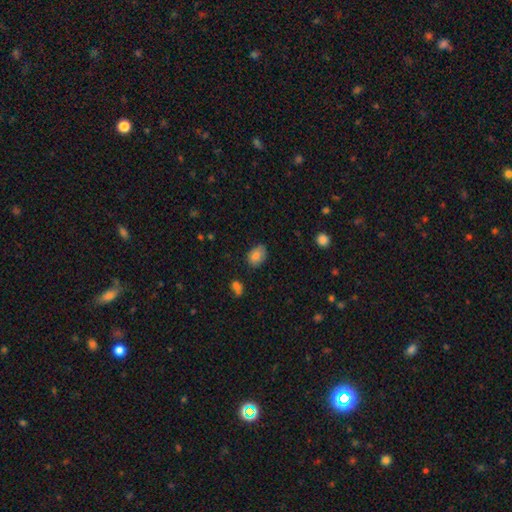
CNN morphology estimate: smooth-or-featured: smooth: 80% | featured or disk: 11% | star or artifact: 9%
  how-rounded: in between: 80% | round: 19% | cigar-shaped: 1%
  merging: none: 71% | minor disturbance: 23% | major disturbance: 4% | merger: 2%